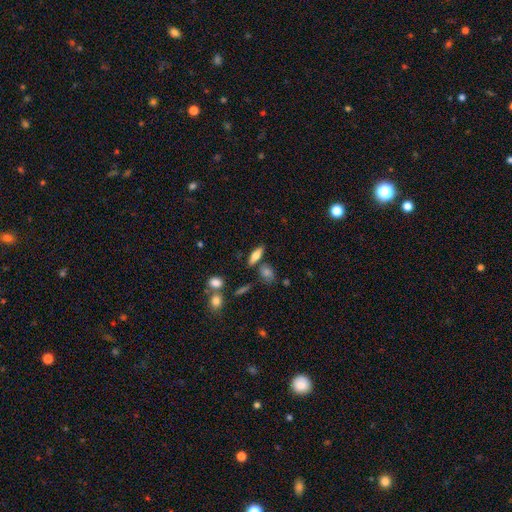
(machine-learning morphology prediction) A smooth galaxy with no disk features (66%) that is in between round and cigar-shaped (58%).

Vote fractions:
- Smooth or featured? smooth: 66% / featured or disk: 25% / star or artifact: 9%
- How rounded? in between: 58% / cigar-shaped: 38% / round: 4%
- Merging? none: 74% / minor disturbance: 12% / merger: 10% / major disturbance: 4%